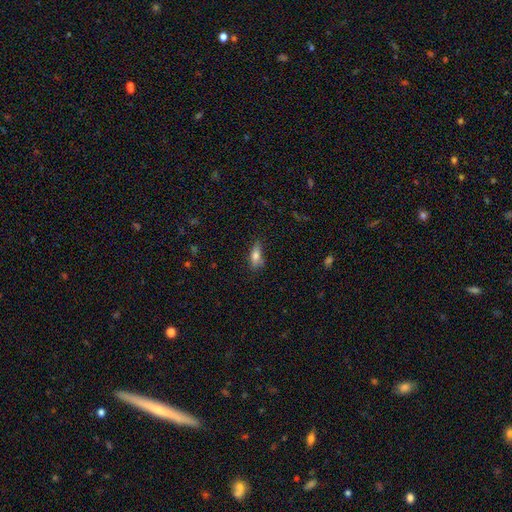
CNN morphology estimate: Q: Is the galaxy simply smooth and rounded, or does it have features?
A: smooth — 72%.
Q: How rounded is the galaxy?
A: in between — 67%.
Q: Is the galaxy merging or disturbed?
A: none — 70%.